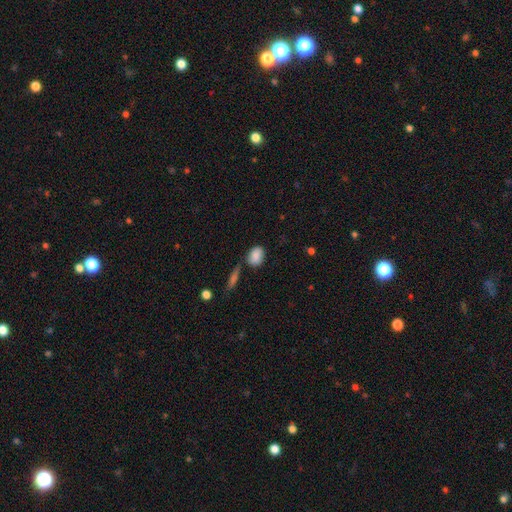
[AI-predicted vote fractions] A smooth galaxy with no disk features (84%) that is in between round and cigar-shaped (72%). Merging: none (61%).